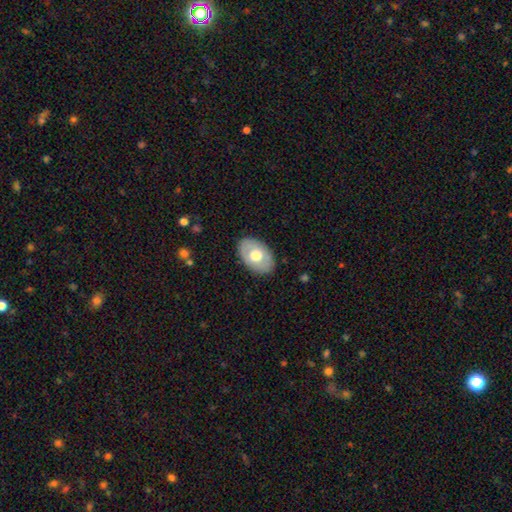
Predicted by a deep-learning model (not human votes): smooth-or-featured: smooth: 60% | featured or disk: 35% | star or artifact: 6%
  how-rounded: in between: 86% | round: 13% | cigar-shaped: 1%
  merging: none: 84% | minor disturbance: 12% | major disturbance: 3% | merger: 1%